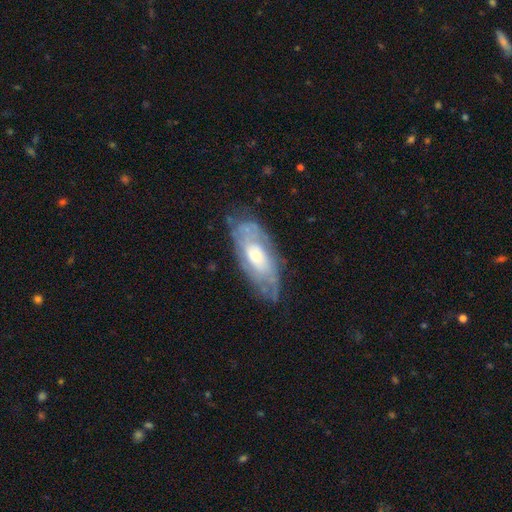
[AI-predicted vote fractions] Q: Smooth or featured?
A: featured or disk (71%); runner-up: smooth (23%)
Q: Edge-on disk?
A: no (87%); runner-up: yes (13%)
Q: Bar?
A: no (73%); runner-up: weak (22%)
Q: Spiral arms?
A: yes (78%); runner-up: no (22%)
Q: Bulge size?
A: moderate (57%); runner-up: small (30%)
Q: Merging?
A: none (67%); runner-up: minor disturbance (22%)